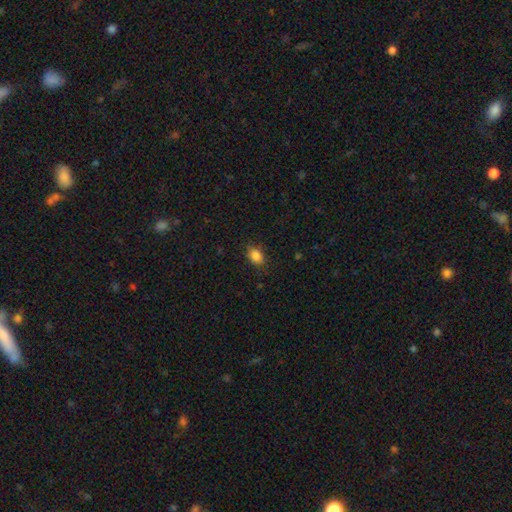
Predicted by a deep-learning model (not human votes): Smooth or featured? smooth (86%)
How rounded? in between (70%)
Merging? none (83%)